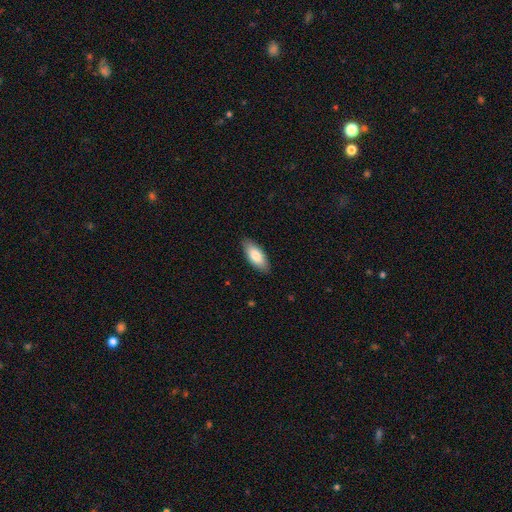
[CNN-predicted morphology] smooth_or_featured: smooth (p=0.83) [alt: featured or disk p=0.12]
how_rounded: in between (p=0.84) [alt: cigar-shaped p=0.15]
merging: none (p=0.87) [alt: minor disturbance p=0.10]